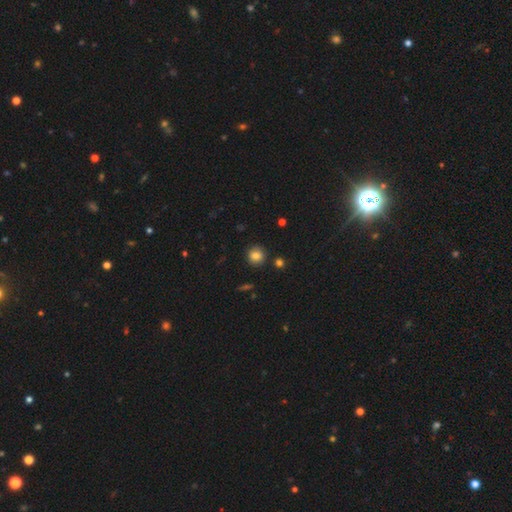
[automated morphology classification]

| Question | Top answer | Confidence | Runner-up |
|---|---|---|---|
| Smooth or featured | smooth | 82% | star or artifact (11%) |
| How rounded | round | 92% | in between (7%) |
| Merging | none | 89% | minor disturbance (7%) |